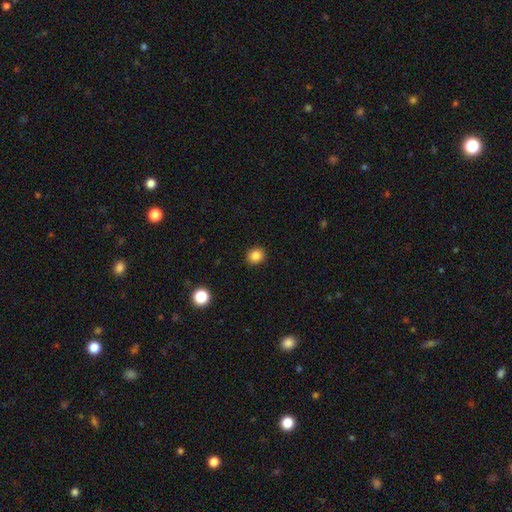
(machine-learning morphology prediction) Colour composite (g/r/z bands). It shows a smooth galaxy with no disk features (85%) that is round (81%). Merging: none (91%).